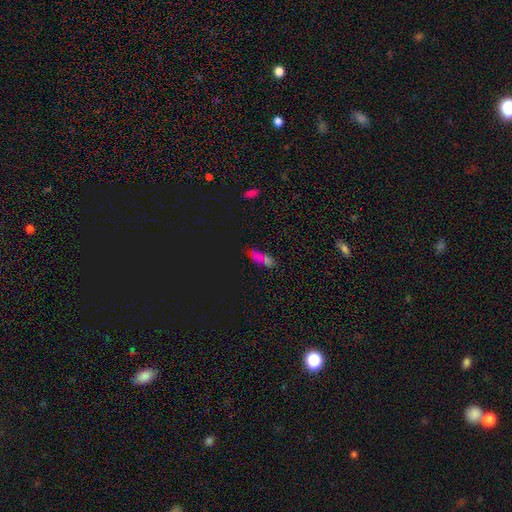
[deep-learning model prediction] Morphology: type=smooth (47%); merging=none (59%).